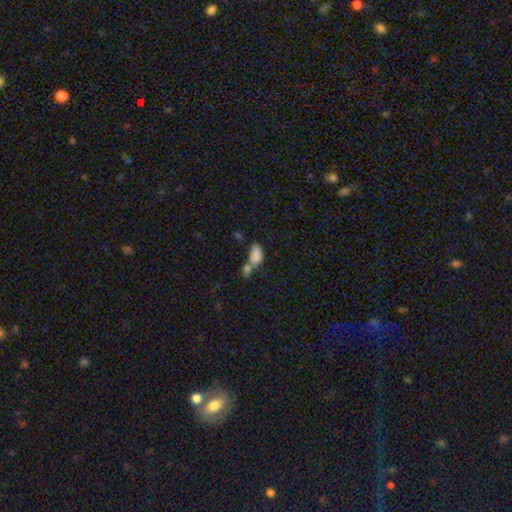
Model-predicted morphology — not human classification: smooth 83%, star or artifact 9%, featured or disk 8%. Down the decision tree: how rounded — in between (91%); merging — merger (56%).